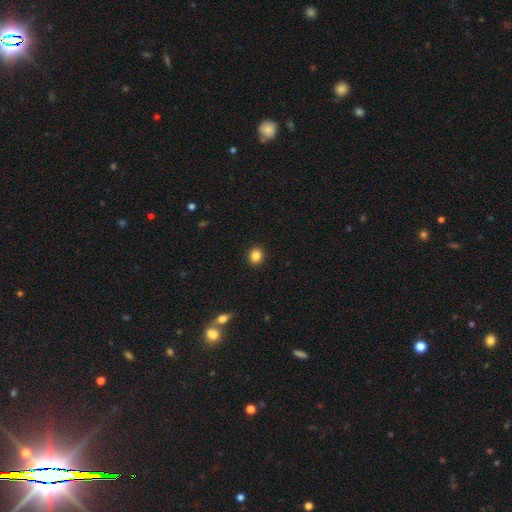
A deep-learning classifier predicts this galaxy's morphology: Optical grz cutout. It shows a smooth galaxy with no disk features (85%) that is round (79%). Merging: none (92%).